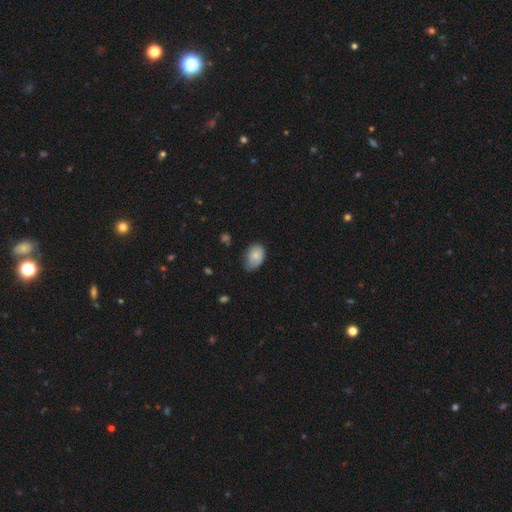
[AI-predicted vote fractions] smooth_or_featured: smooth (p=0.79) [alt: featured or disk p=0.13]
how_rounded: in between (p=0.83) [alt: round p=0.15]
merging: none (p=0.50) [alt: minor disturbance p=0.41]